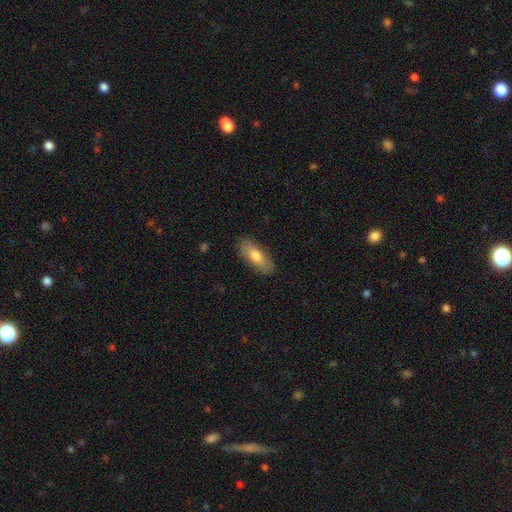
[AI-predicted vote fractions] Overall: smooth (74%). How rounded: in between (66%; cigar-shaped 31%). Merging: none (86%).